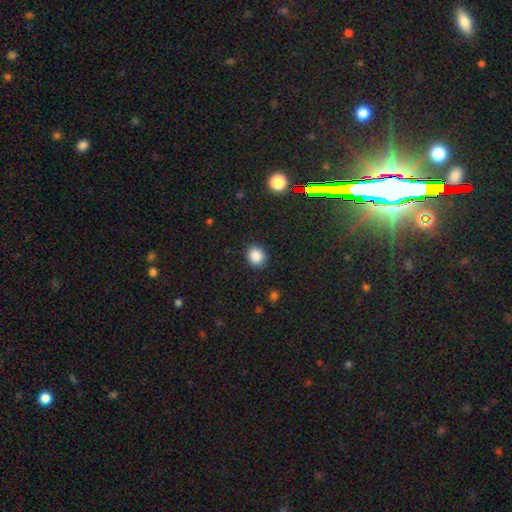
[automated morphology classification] Smooth or featured: smooth — 85% (star or artifact — 11%)
How rounded: round — 68% (in between — 31%)
Merging: none — 89% (minor disturbance — 8%)